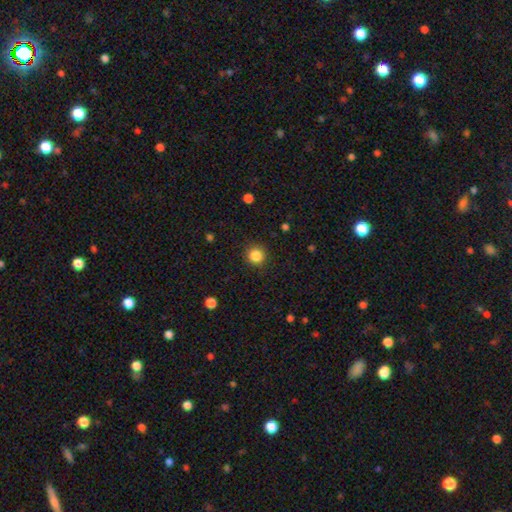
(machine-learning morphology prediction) This is clearly a smooth galaxy (86%). How rounded: clearly round (94%). Merging: clearly none (90%).